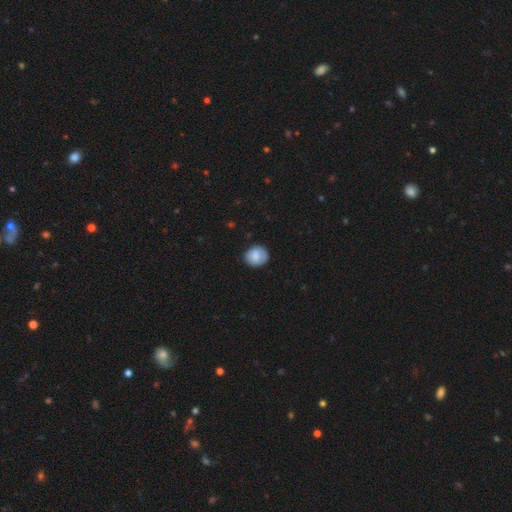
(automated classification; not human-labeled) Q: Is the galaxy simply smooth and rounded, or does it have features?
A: smooth — 84%.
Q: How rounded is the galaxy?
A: round — 81%.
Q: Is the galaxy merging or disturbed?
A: none — 81%.